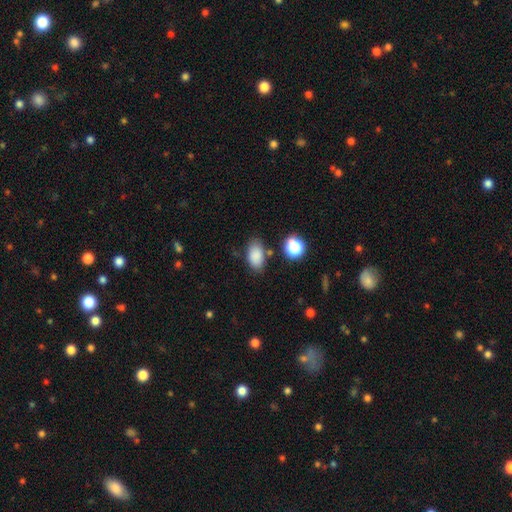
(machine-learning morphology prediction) Smooth or featured? smooth (85%)
How rounded? in between (89%)
Merging? none (77%)